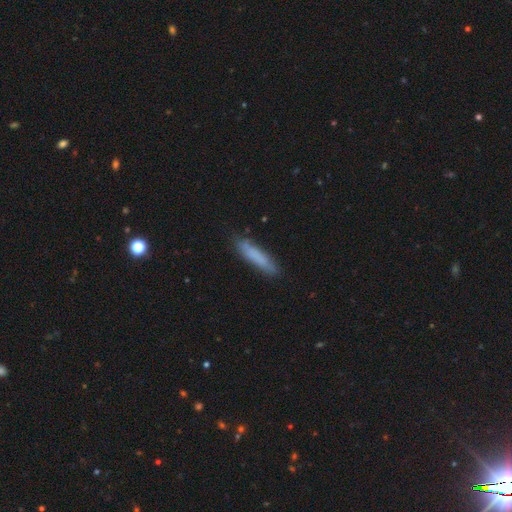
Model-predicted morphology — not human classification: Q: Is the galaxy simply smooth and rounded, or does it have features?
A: smooth — 78%.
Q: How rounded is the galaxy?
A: cigar-shaped — 84%.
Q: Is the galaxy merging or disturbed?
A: none — 81%.